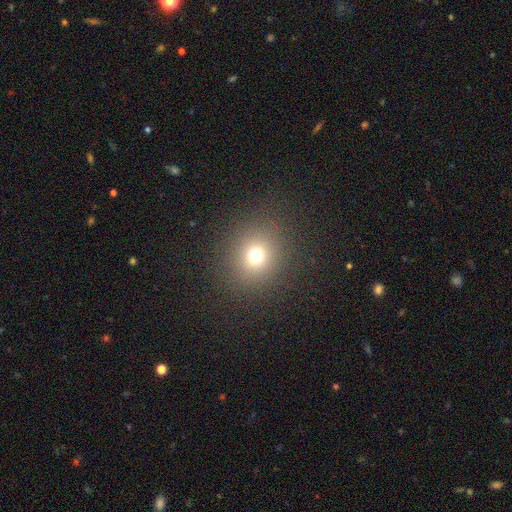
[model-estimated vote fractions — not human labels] The model was most divided on "smooth or featured": smooth: 71%, star or artifact: 21%, featured or disk: 9%. More confident: merging — none (88%); how rounded — round (85%).